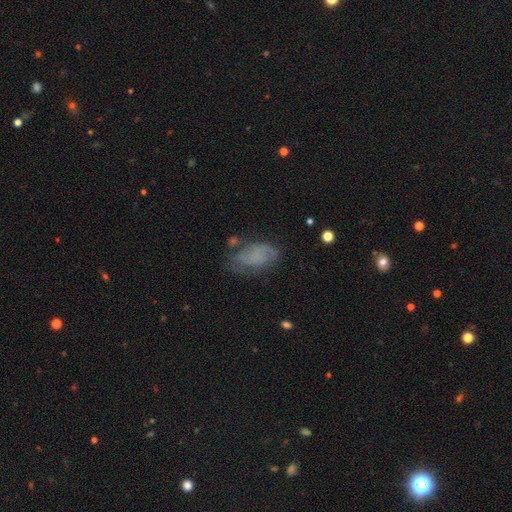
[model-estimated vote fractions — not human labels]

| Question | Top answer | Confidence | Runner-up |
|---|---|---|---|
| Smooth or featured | featured or disk | 44% | tied: smooth (44%) |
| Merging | none | 51% | minor disturbance (26%) |